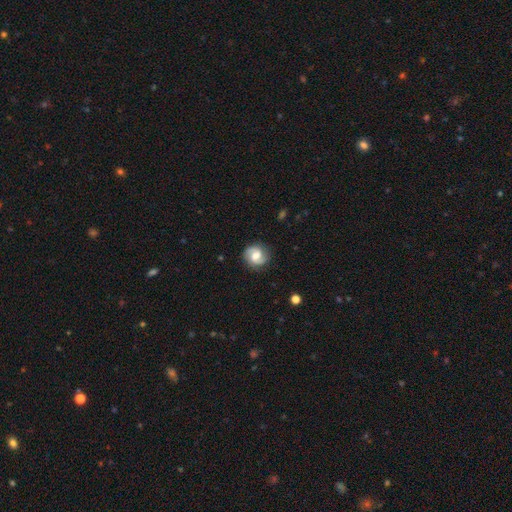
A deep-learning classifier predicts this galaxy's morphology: smooth_or_featured: featured or disk (p=0.69) [alt: smooth p=0.24]
disk_edge_on: no (p=0.98) [alt: yes p=0.02]
bar: weak (p=0.49) [alt: no p=0.38]
has_spiral_arms: yes (p=0.93) [alt: no p=0.07]
spiral_winding: medium (p=0.47) [alt: loose p=0.27]
spiral_arm_count: 2 (p=0.88) [alt: can't tell p=0.05]
bulge_size: moderate (p=0.60) [alt: large p=0.19]
merging: none (p=0.84) [alt: minor disturbance p=0.11]